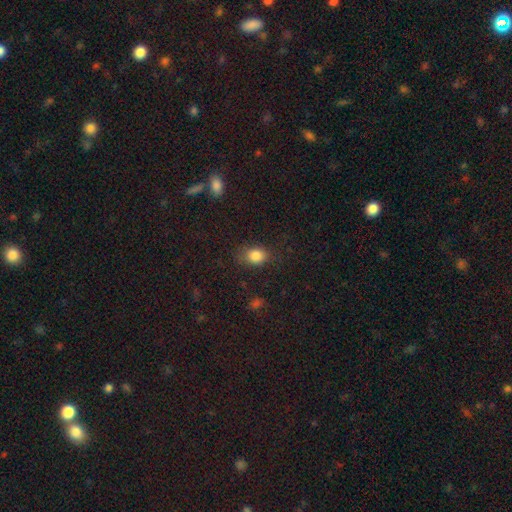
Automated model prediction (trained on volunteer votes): Overall: smooth (83%). How rounded: in between (53%; round 46%). Merging: none (74%).